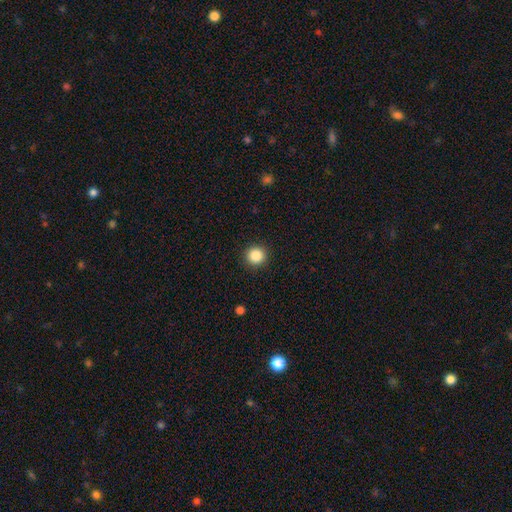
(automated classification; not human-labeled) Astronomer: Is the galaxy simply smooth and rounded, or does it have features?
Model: smooth — 87%.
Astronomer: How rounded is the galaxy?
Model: round — 94%.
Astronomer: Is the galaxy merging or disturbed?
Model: none — 92%.